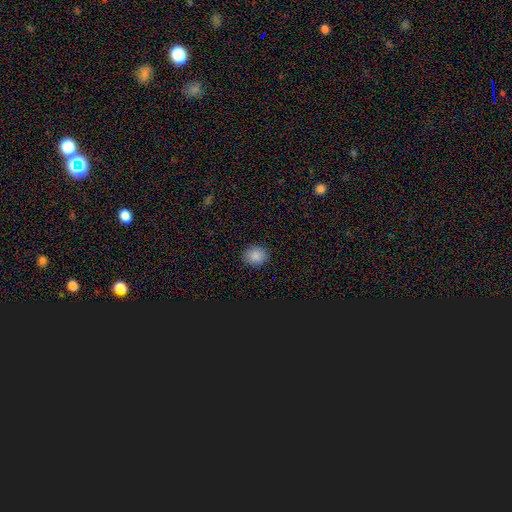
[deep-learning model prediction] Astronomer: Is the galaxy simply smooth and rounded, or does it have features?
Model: smooth — 85%.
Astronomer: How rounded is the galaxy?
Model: round — 78%.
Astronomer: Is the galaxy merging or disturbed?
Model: none — 90%.